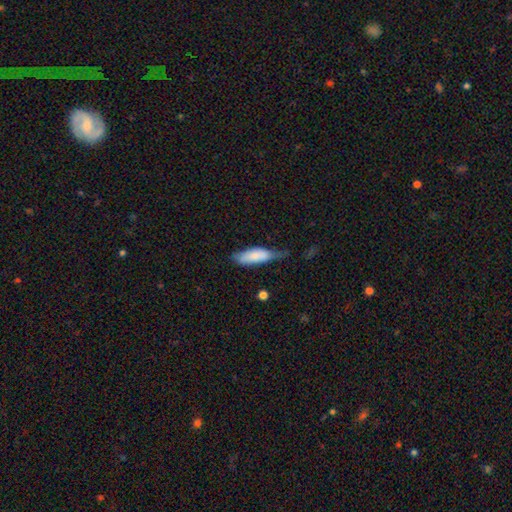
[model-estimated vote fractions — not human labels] Smooth or featured? smooth (78%)
How rounded? in between (62%)
Merging? minor disturbance (44%)